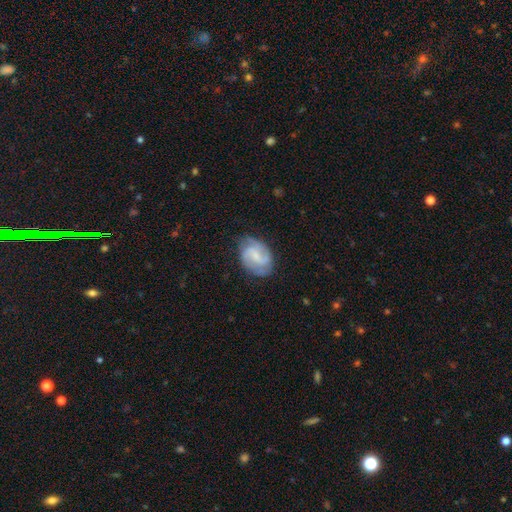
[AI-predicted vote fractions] smooth-or-featured: featured or disk: 78% | smooth: 17% | star or artifact: 6%
  disk-edge-on: no: 98% | yes: 2%
    bar: weak: 54% | no: 31% | strong: 15%
    has-spiral-arms: yes: 95% | no: 5%
      spiral-winding: medium: 51% | tight: 30% | loose: 20%
      spiral-arm-count: 2: 69% | 3: 14% | can't tell: 10% | 1: 3% | 4: 2% | more than 4: 2%
    bulge-size: small: 51% | moderate: 23% | none: 23% | large: 2% | dominant: 1%
  merging: none: 73% | minor disturbance: 19% | major disturbance: 6% | merger: 1%